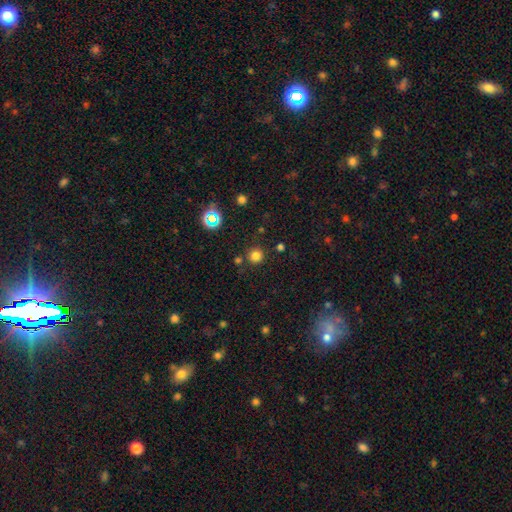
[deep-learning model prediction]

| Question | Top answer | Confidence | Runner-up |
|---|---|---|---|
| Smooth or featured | smooth | 76% | star or artifact (19%) |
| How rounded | round | 95% | in between (4%) |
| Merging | none | 84% | minor disturbance (7%) |